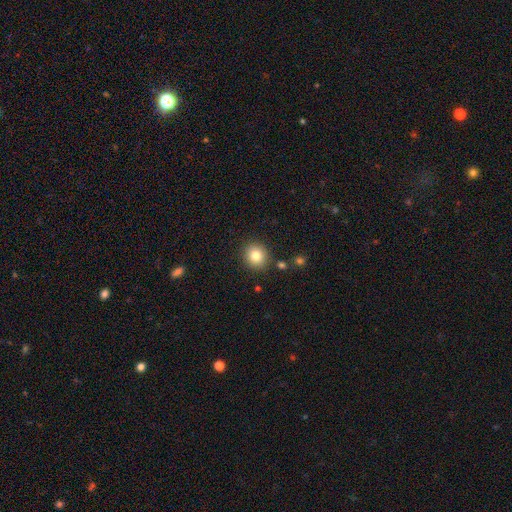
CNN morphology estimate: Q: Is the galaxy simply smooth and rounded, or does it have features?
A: smooth — 84%.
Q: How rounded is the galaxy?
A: round — 86%.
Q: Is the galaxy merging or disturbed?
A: none — 88%.